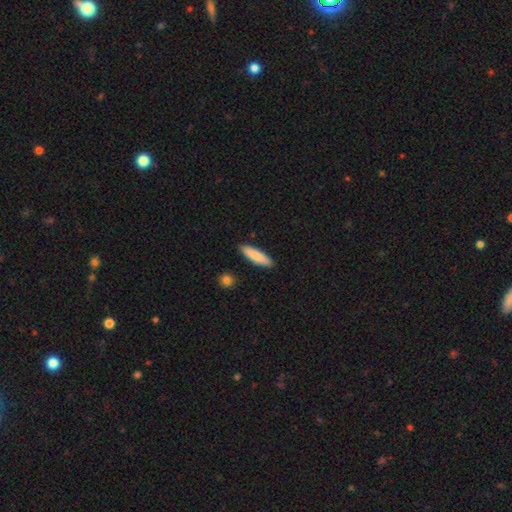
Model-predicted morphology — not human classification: Q: Smooth or featured?
A: smooth (86%); runner-up: featured or disk (9%)
Q: How rounded?
A: cigar-shaped (74%); runner-up: in between (24%)
Q: Merging?
A: none (90%); runner-up: minor disturbance (7%)